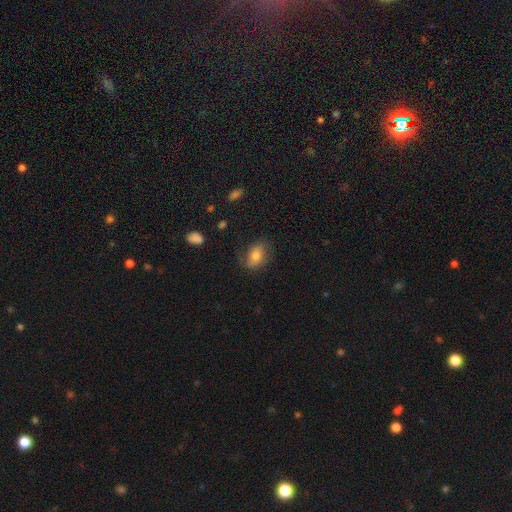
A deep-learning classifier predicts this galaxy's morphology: The model was most divided on "smooth or featured": smooth: 56%, featured or disk: 35%, star or artifact: 9%. More confident: how rounded — in between (81%); merging — none (62%).